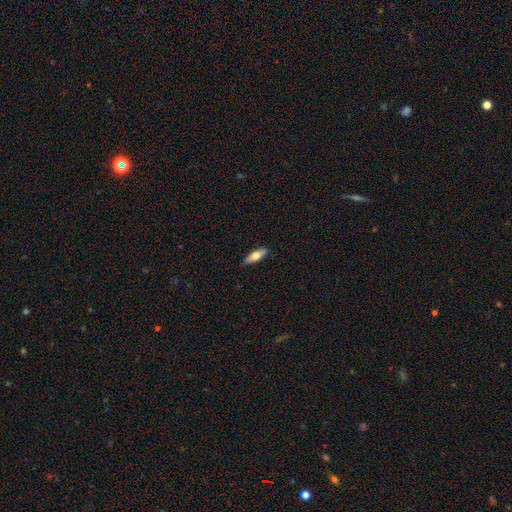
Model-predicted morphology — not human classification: Overall: smooth (69%). How rounded: in between (58%; cigar-shaped 40%). Merging: none (87%).